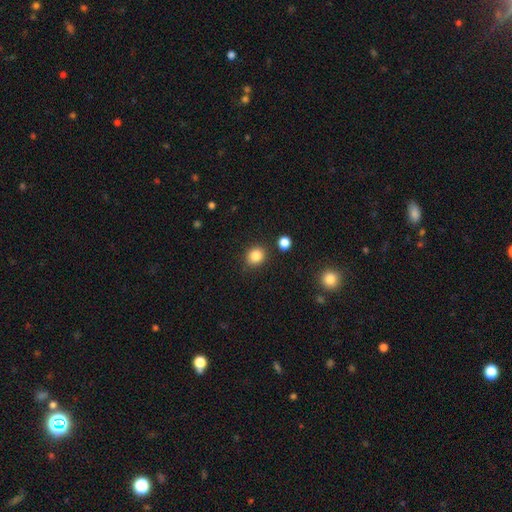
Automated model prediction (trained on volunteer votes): Smooth or featured?
  - smooth: 84% *
  - star or artifact: 11%
  - featured or disk: 5%
How rounded?
  - round: 77% *
  - in between: 22%
  - cigar-shaped: 1%
Merging?
  - none: 86% *
  - minor disturbance: 9%
  - merger: 3%
  - major disturbance: 2%